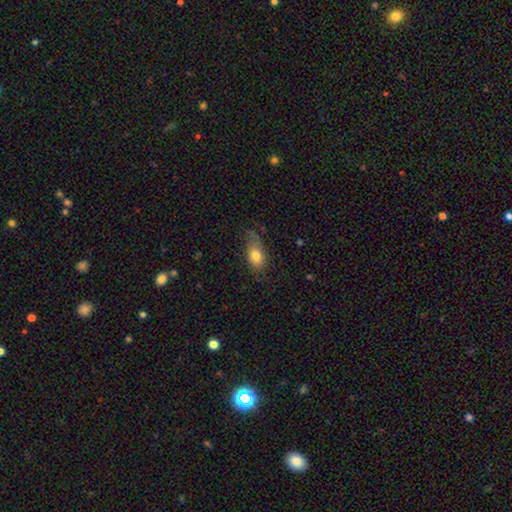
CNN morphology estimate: The model was most divided on "merging": none: 55%, minor disturbance: 29%, major disturbance: 13%, merger: 2%. More confident: how rounded — in between (84%); smooth or featured — smooth (74%).